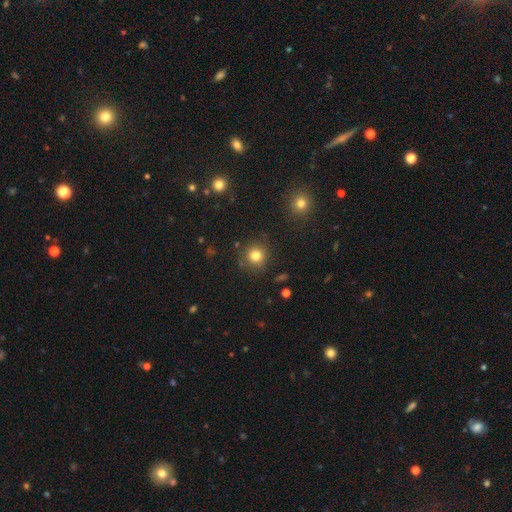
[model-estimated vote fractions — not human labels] Smooth or featured: smooth — 81% (star or artifact — 13%)
How rounded: round — 92% (in between — 7%)
Merging: none — 86% (minor disturbance — 9%)